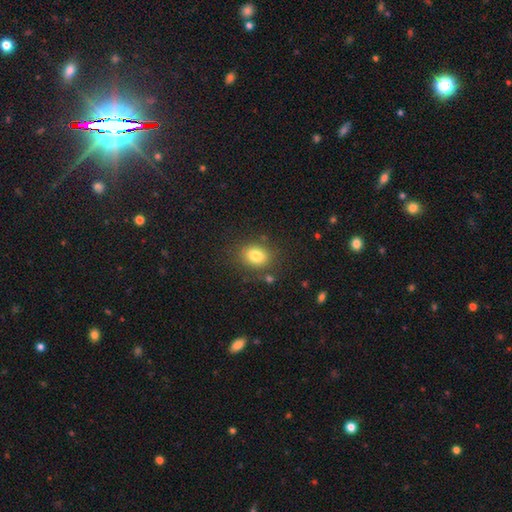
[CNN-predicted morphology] Q: Smooth or featured?
A: smooth (81%); runner-up: star or artifact (11%)
Q: How rounded?
A: in between (58%); runner-up: round (41%)
Q: Merging?
A: none (80%); runner-up: minor disturbance (12%)